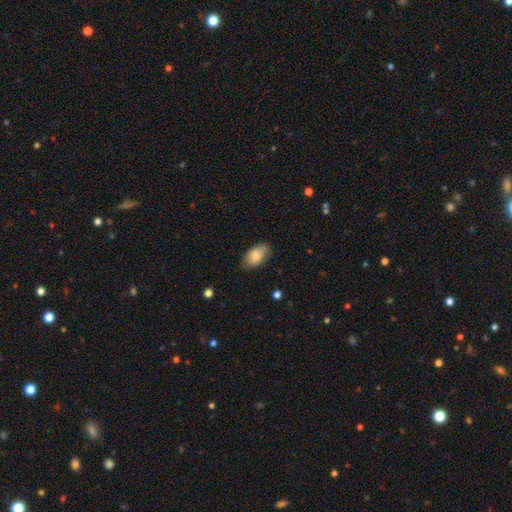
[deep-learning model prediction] This appears to be a smooth galaxy with no disk features (77%) that is in between round and cigar-shaped (93%). Merging: none (76%).